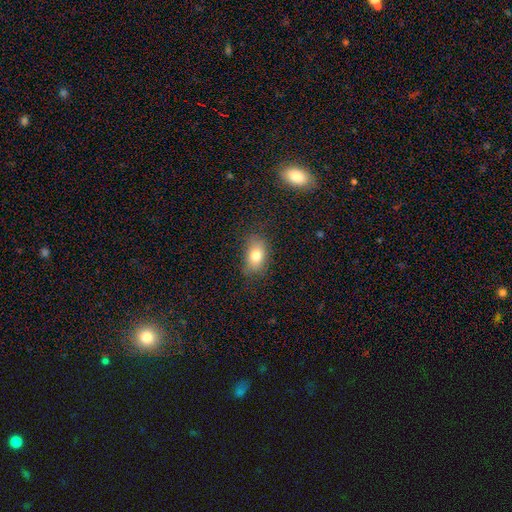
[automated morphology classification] Smooth or featured: smooth — 78% (featured or disk — 12%)
How rounded: in between — 83% (round — 15%)
Merging: none — 74% (minor disturbance — 19%)